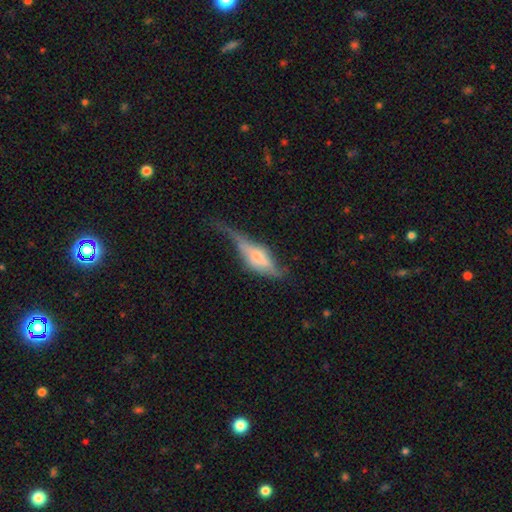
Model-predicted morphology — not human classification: Smooth or featured? Predicted: featured or disk (p=0.58). Edge-on disk? Predicted: yes (p=0.70). Merging? Predicted: major disturbance (p=0.37).